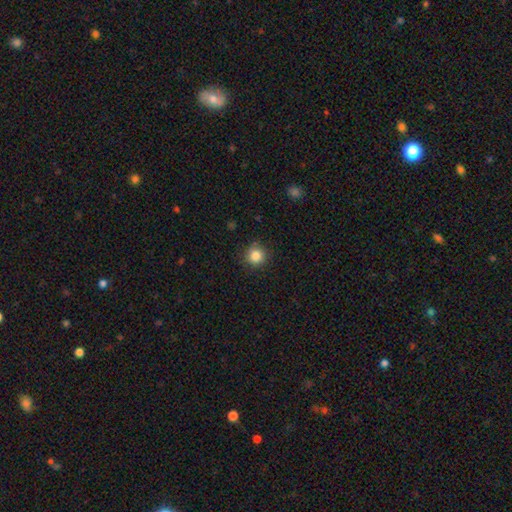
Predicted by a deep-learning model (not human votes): A smooth galaxy with no disk features (85%) that is round (94%). Merging: none (88%).